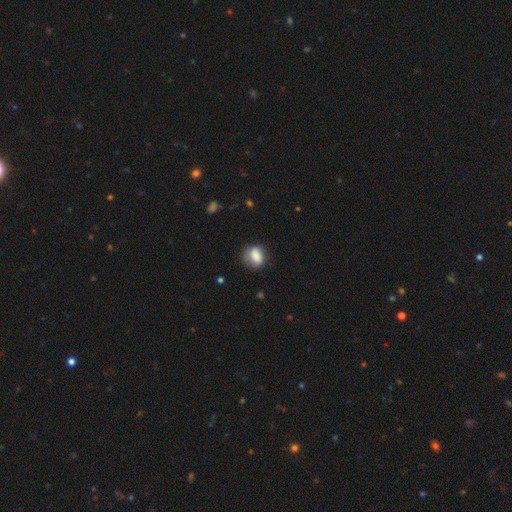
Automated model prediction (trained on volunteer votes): Smooth or featured: smooth — 81% (featured or disk — 10%)
How rounded: in between — 54% (round — 45%)
Merging: none — 60% (minor disturbance — 28%)